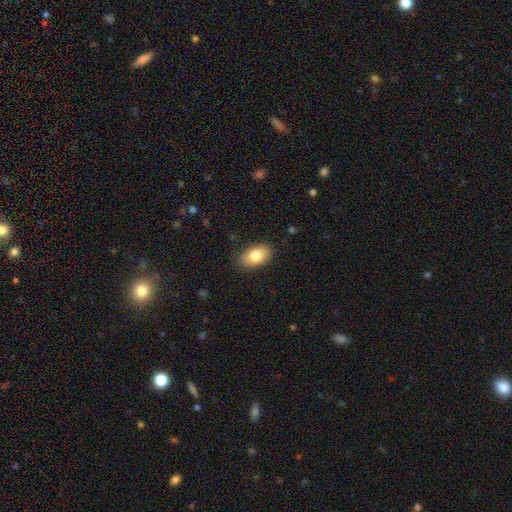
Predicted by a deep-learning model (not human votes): Smooth or featured?
  - smooth: 82% *
  - featured or disk: 11%
  - star or artifact: 7%
How rounded?
  - in between: 92% *
  - round: 6%
  - cigar-shaped: 1%
Merging?
  - none: 84% *
  - minor disturbance: 13%
  - major disturbance: 3%
  - merger: 1%